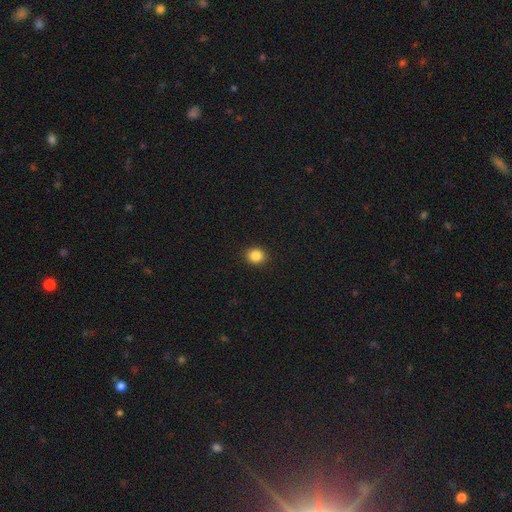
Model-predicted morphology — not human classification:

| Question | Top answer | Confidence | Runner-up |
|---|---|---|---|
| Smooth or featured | smooth | 85% | star or artifact (10%) |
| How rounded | round | 77% | in between (22%) |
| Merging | none | 92% | minor disturbance (6%) |